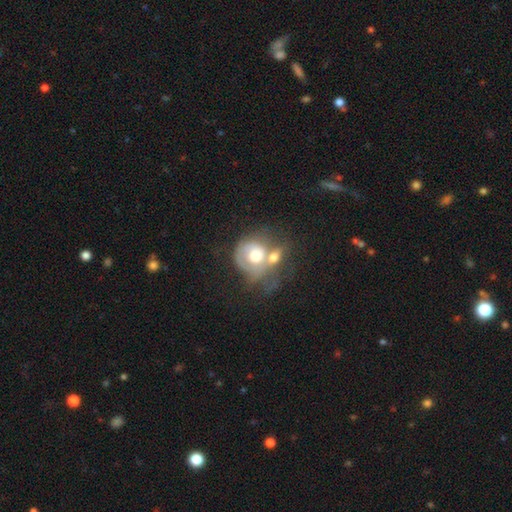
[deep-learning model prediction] Morphology: type=featured or disk (47%); merging=merger (61%).